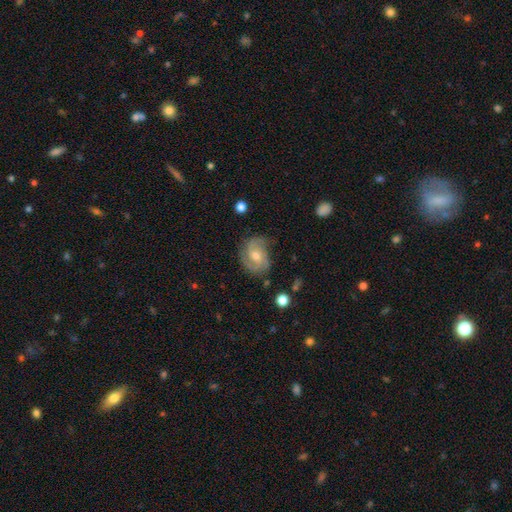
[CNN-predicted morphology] Smooth or featured? featured or disk (78%)
Edge-on disk? no (97%)
Bar? no (54%)
Spiral arms? yes (94%)
Spiral winding? medium (43%)
Spiral arm count? 2 (56%)
Bulge size? moderate (60%)
Merging? none (70%)